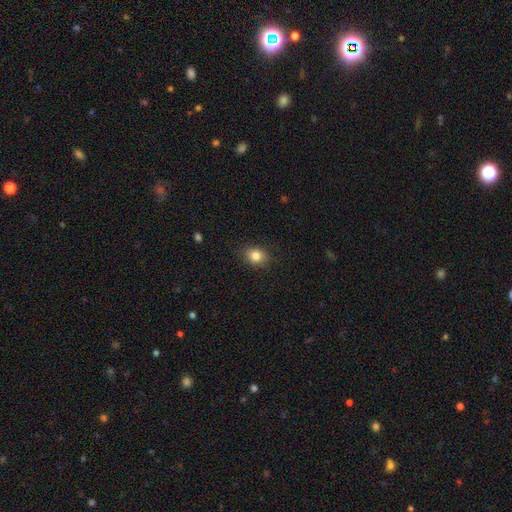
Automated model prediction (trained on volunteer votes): Q: Smooth or featured?
A: smooth (83%); runner-up: star or artifact (10%)
Q: How rounded?
A: in between (56%); runner-up: round (43%)
Q: Merging?
A: none (86%); runner-up: minor disturbance (11%)